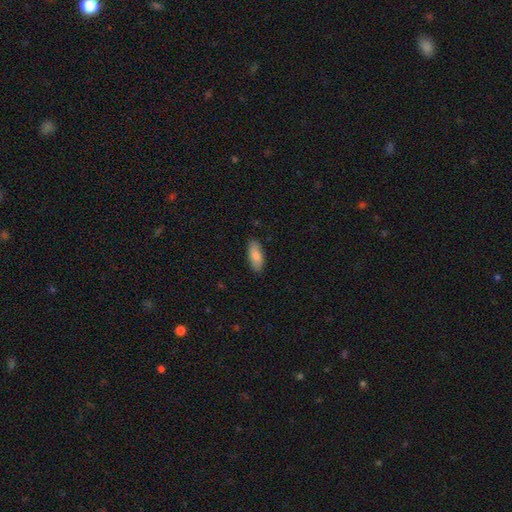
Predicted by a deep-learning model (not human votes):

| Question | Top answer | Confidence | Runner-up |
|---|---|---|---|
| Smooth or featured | smooth | 85% | featured or disk (9%) |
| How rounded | in between | 78% | cigar-shaped (20%) |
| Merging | none | 87% | minor disturbance (10%) |